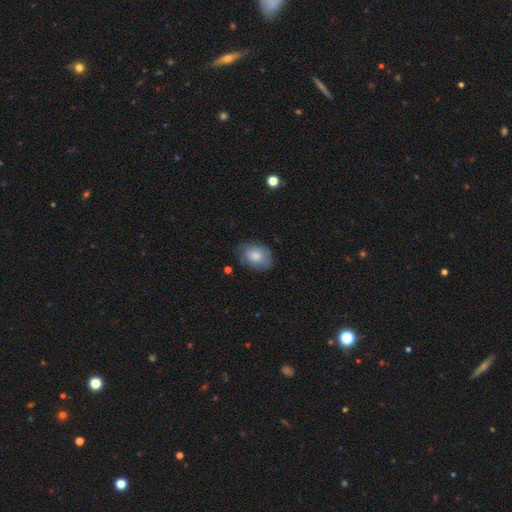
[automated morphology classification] A smooth galaxy with no disk features (75%) that is in between round and cigar-shaped (73%).

Vote fractions:
- Smooth or featured? smooth: 75% / featured or disk: 18% / star or artifact: 7%
- How rounded? in between: 73% / round: 26% / cigar-shaped: 1%
- Merging? none: 69% / minor disturbance: 23% / major disturbance: 6% / merger: 2%